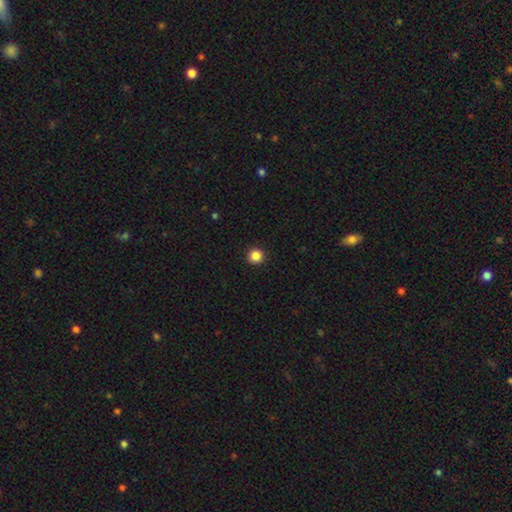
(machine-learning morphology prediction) smooth 86%, star or artifact 11%, featured or disk 3%. Down the decision tree: how rounded — round (95%); merging — none (93%).